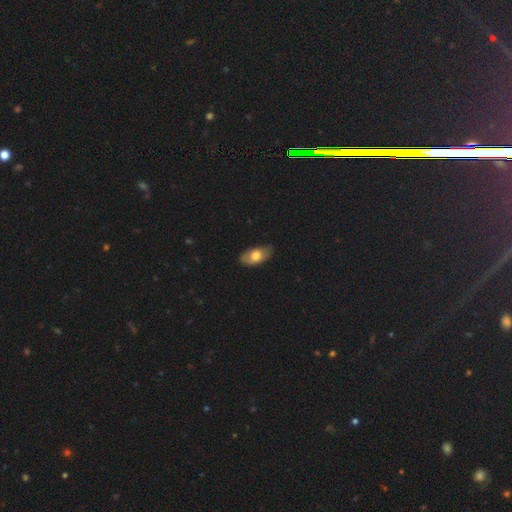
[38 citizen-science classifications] This appears to be a smooth galaxy with no disk features (58%) that is in between round and cigar-shaped (82%). Merging: none (77%).